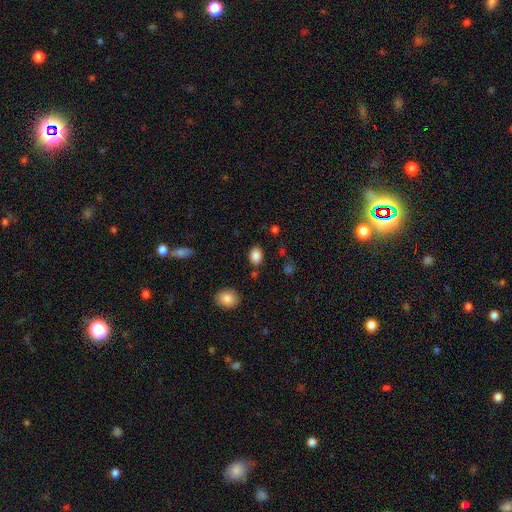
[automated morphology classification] A smooth galaxy with no disk features (87%) that is in between round and cigar-shaped (78%). Merging: none (83%).